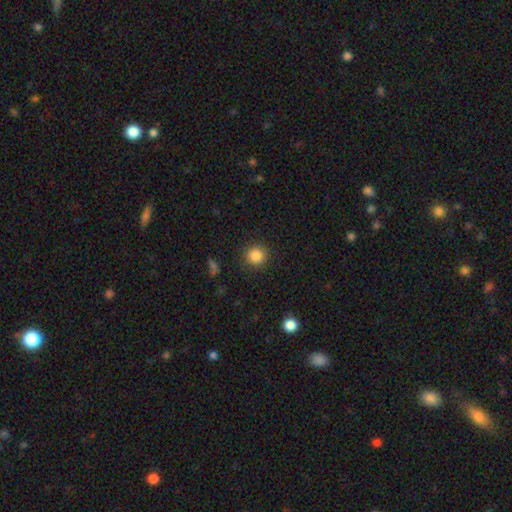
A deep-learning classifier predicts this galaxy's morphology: type=smooth (85%); roundness=round (92%); merging=none (89%).